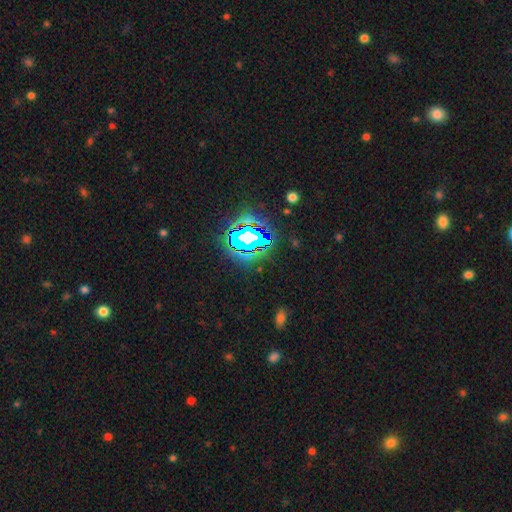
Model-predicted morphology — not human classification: type=star or artifact (82%).